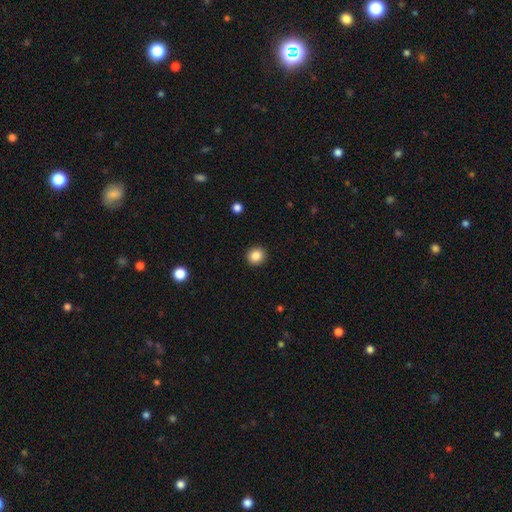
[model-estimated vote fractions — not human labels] Q: Smooth or featured?
A: smooth (86%); runner-up: star or artifact (10%)
Q: How rounded?
A: round (86%); runner-up: in between (13%)
Q: Merging?
A: none (92%); runner-up: minor disturbance (5%)